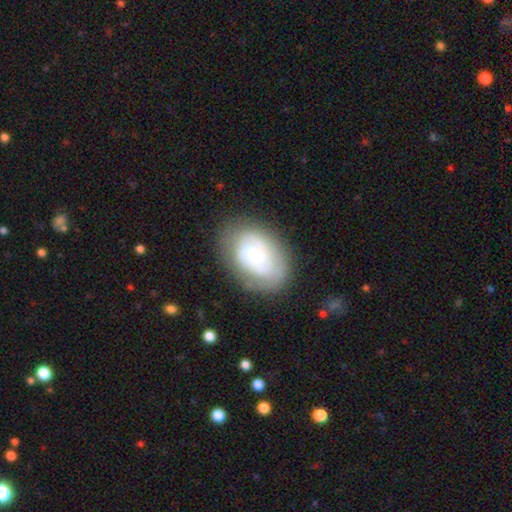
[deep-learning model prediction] Q: Smooth or featured?
A: featured or disk (67%); runner-up: smooth (27%)
Q: Edge-on disk?
A: no (97%); runner-up: yes (3%)
Q: Bar?
A: no (62%); runner-up: weak (31%)
Q: Spiral arms?
A: yes (77%); runner-up: no (23%)
Q: Spiral winding?
A: tight (57%); runner-up: medium (32%)
Q: Spiral arm count?
A: 2 (38%); tied with: can't tell (38%)
Q: Bulge size?
A: small (59%); runner-up: moderate (32%)
Q: Merging?
A: none (71%); runner-up: minor disturbance (18%)